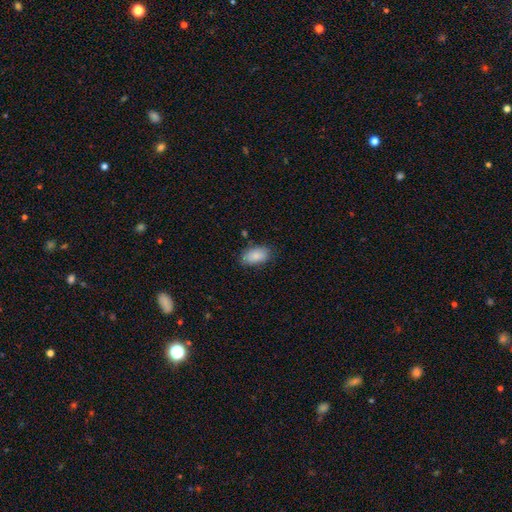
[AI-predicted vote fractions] Overall: smooth (87%). How rounded: in between (93%). Merging: none (77%).